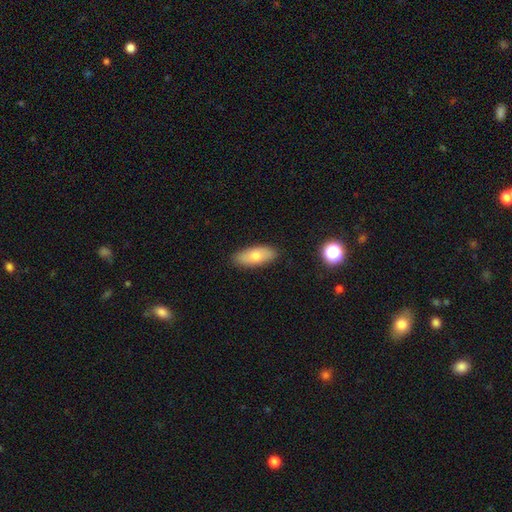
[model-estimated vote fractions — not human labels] smooth-or-featured: smooth: 71% | featured or disk: 22% | star or artifact: 7%
  how-rounded: in between: 82% | cigar-shaped: 15% | round: 3%
  merging: none: 87% | minor disturbance: 10% | major disturbance: 2% | merger: 1%